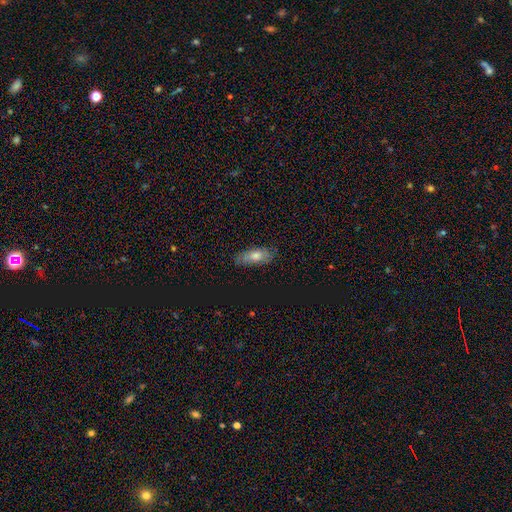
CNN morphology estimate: type=smooth (64%); roundness=in between (80%); merging=none (76%).